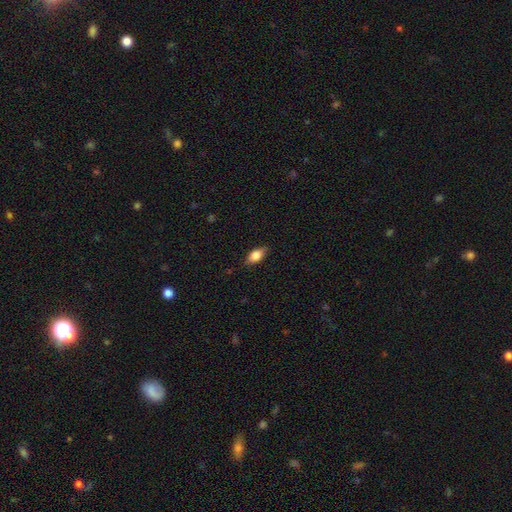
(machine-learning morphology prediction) Smooth or featured: smooth — 72% (featured or disk — 20%)
How rounded: in between — 84% (cigar-shaped — 11%)
Merging: none — 84% (minor disturbance — 12%)